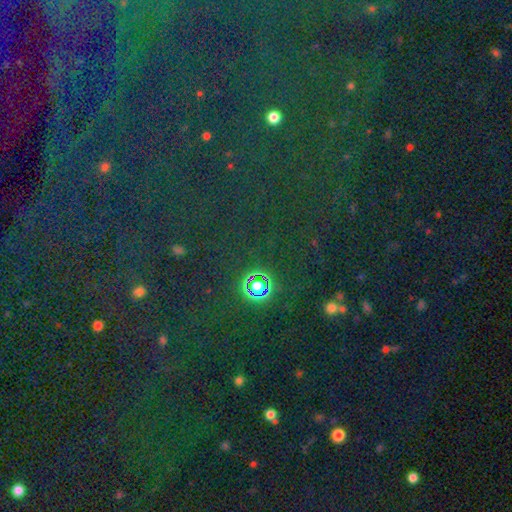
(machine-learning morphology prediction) A star or artifact, not a galaxy (77%).